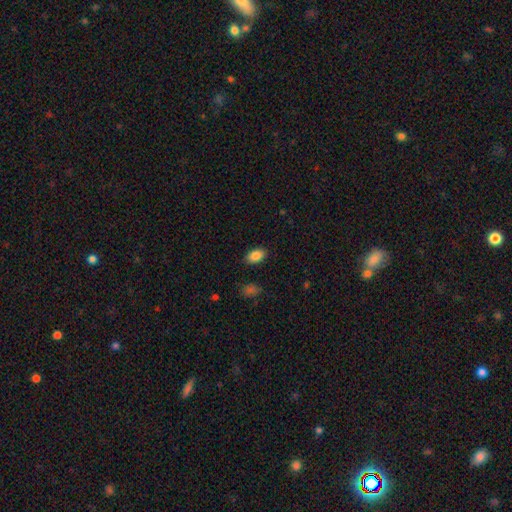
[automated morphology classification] smooth_or_featured: smooth (p=0.86) [alt: star or artifact p=0.08]
how_rounded: in between (p=0.90) [alt: round p=0.08]
merging: none (p=0.87) [alt: minor disturbance p=0.10]